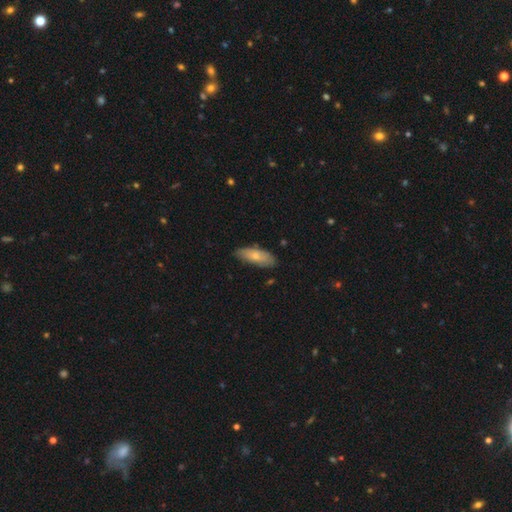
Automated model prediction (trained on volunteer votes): Smooth or featured? smooth (72%)
How rounded? in between (75%)
Merging? none (76%)